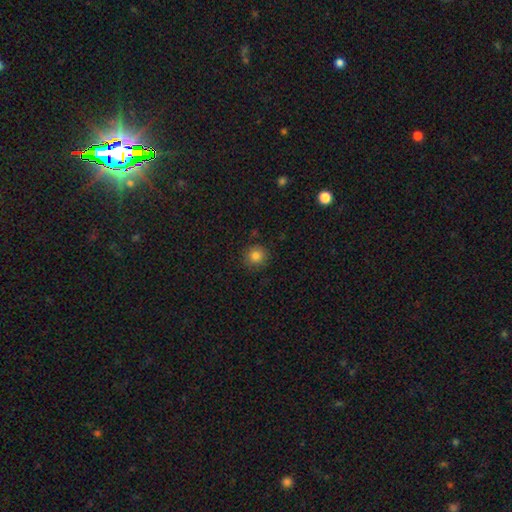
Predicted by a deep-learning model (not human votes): Smooth or featured: smooth — 83% (star or artifact — 12%)
How rounded: round — 89% (in between — 10%)
Merging: none — 88% (minor disturbance — 9%)